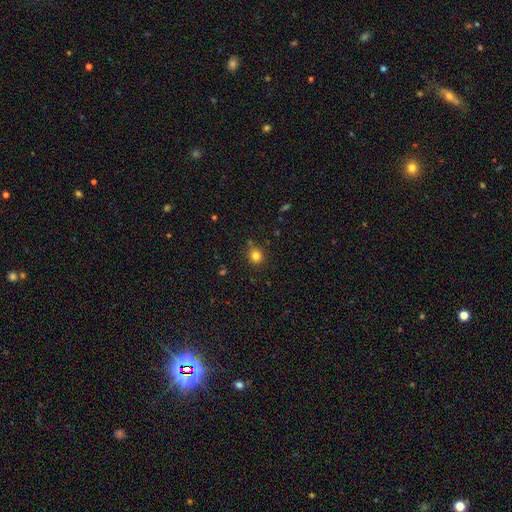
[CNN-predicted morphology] smooth-or-featured: smooth: 81% | star or artifact: 14% | featured or disk: 6%
  how-rounded: round: 91% | in between: 9% | cigar-shaped: 1%
  merging: none: 84% | minor disturbance: 9% | merger: 4% | major disturbance: 2%